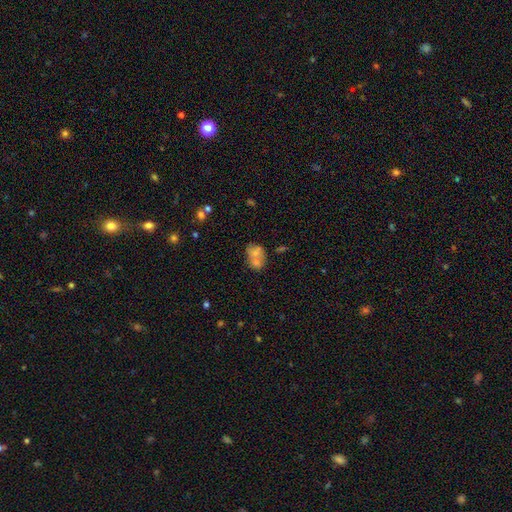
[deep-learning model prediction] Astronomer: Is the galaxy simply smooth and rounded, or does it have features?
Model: smooth — 65%.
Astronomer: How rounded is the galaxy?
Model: in between — 67%.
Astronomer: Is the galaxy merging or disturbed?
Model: merger — 50% (runner-up: none, 30%).